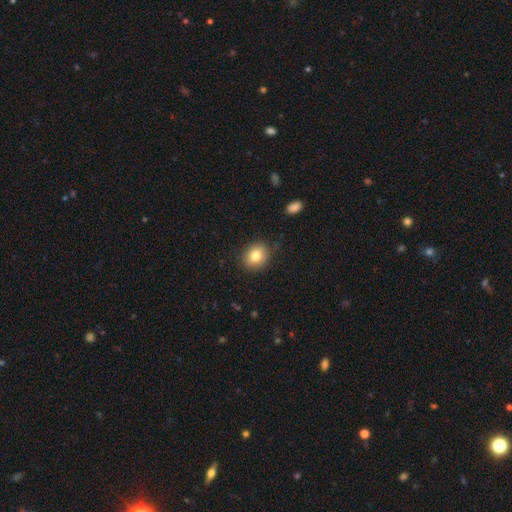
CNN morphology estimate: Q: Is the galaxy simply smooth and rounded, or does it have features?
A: smooth — 81%.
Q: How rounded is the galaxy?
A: round — 58%.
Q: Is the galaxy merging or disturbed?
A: none — 84%.